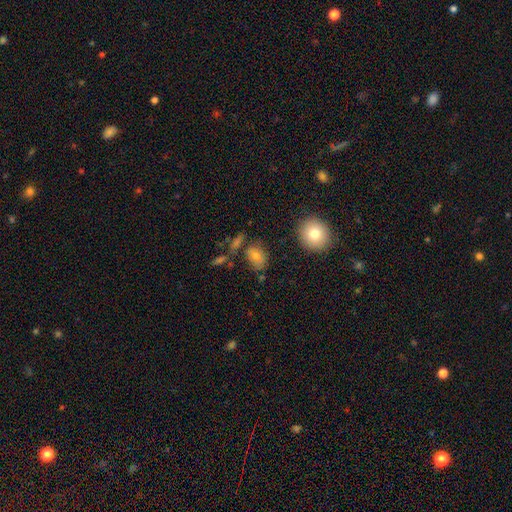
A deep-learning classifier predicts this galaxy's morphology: Smooth or featured: smooth — 71% (featured or disk — 15%)
How rounded: in between — 67% (round — 31%)
Merging: none — 71% (minor disturbance — 15%)